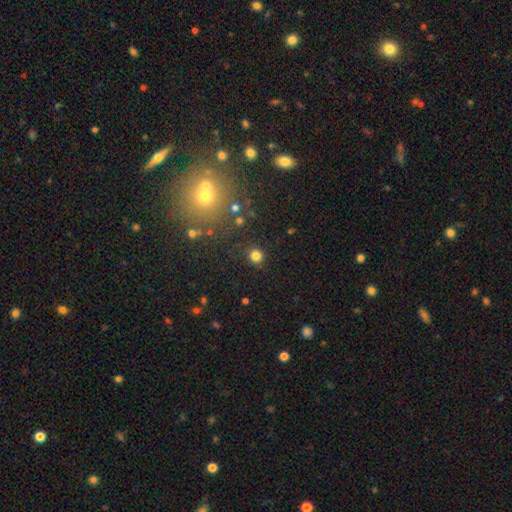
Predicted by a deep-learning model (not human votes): A smooth galaxy with no disk features (80%) that is round (91%).

Vote fractions:
- Smooth or featured? smooth: 80% / star or artifact: 15% / featured or disk: 5%
- How rounded? round: 91% / in between: 8% / cigar-shaped: 1%
- Merging? none: 88% / minor disturbance: 7% / major disturbance: 3% / merger: 2%